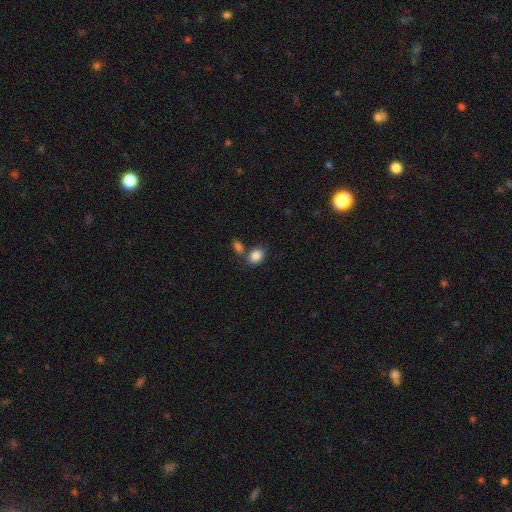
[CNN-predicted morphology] type=smooth (87%); roundness=in between (71%); merging=none (63%).